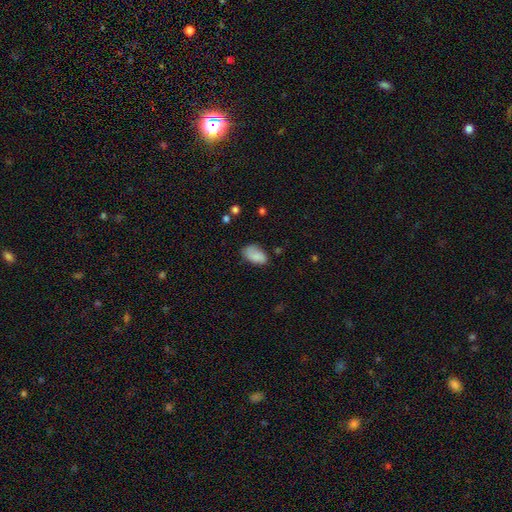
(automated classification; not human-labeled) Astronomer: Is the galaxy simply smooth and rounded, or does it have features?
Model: smooth — 81%.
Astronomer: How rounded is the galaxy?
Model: in between — 92%.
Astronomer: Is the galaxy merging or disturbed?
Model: none — 60%.